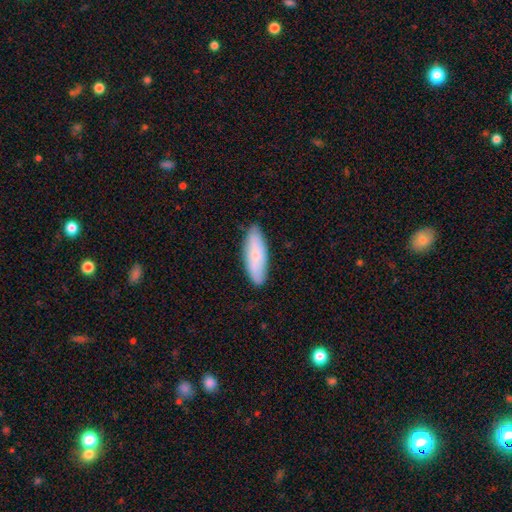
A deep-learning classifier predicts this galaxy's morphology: type=smooth (75%); roundness=in between (57%); merging=none (85%).